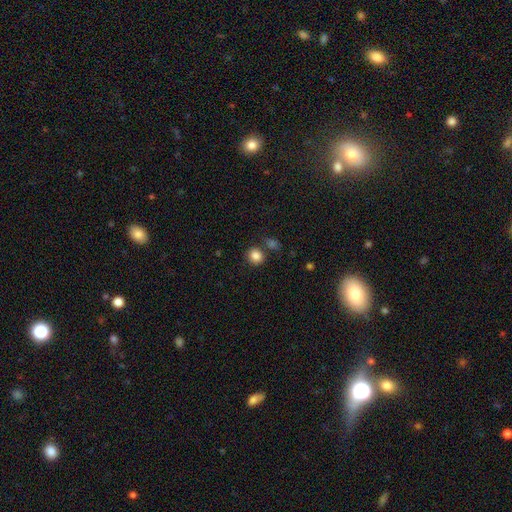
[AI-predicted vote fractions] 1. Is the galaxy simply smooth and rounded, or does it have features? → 85% smooth, 10% star or artifact, 5% featured or disk.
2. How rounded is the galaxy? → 84% round, 15% in between, 1% cigar-shaped.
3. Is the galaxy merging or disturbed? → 76% none, 11% merger, 9% minor disturbance, 3% major disturbance.